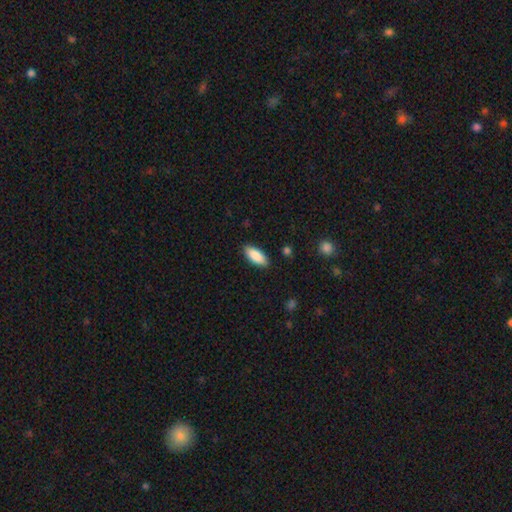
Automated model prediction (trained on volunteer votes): This appears to be a smooth galaxy with no disk features (88%) that is in between round and cigar-shaped (81%). Merging: none (88%).